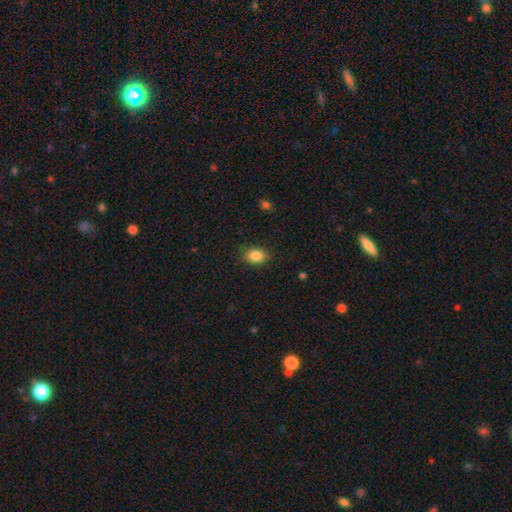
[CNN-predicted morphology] This appears to be a smooth galaxy with no disk features (86%) that is in between round and cigar-shaped (72%). Merging: none (87%).